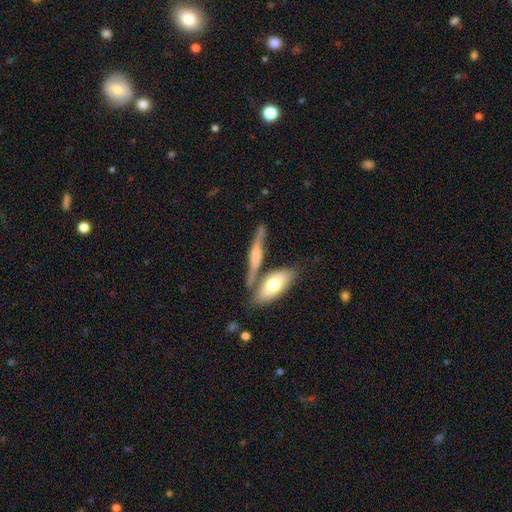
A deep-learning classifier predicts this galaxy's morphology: A featured or disk galaxy (54%) viewed edge-on (88%).

Vote fractions:
- Smooth or featured? featured or disk: 54% / smooth: 40% / star or artifact: 6%
- Edge-on disk? yes: 88% / no: 12%
- Merging? none: 58% / merger: 22% / minor disturbance: 15% / major disturbance: 5%